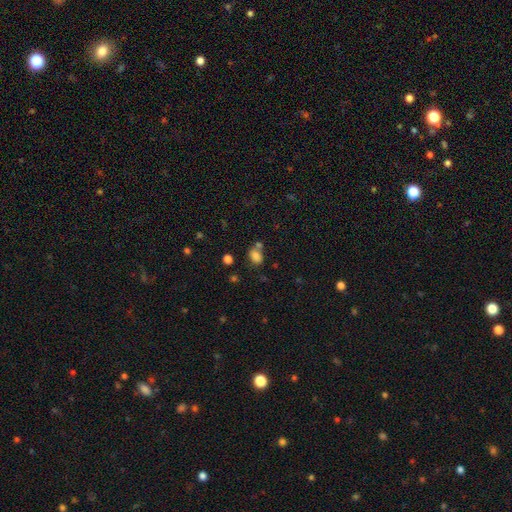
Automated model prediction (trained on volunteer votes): A smooth galaxy with no disk features (80%) that is in between round and cigar-shaped (71%).

Vote fractions:
- Smooth or featured? smooth: 80% / star or artifact: 13% / featured or disk: 7%
- How rounded? in between: 71% / round: 28% / cigar-shaped: 1%
- Merging? none: 57% / merger: 25% / minor disturbance: 14% / major disturbance: 5%